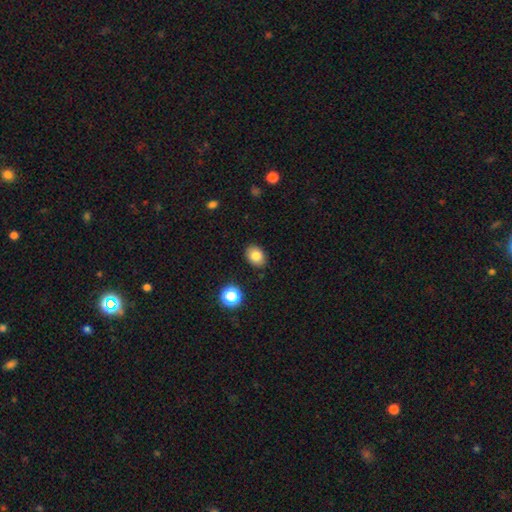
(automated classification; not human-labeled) A smooth galaxy with no disk features (82%) that is in between round and cigar-shaped (69%). Merging: none (87%).